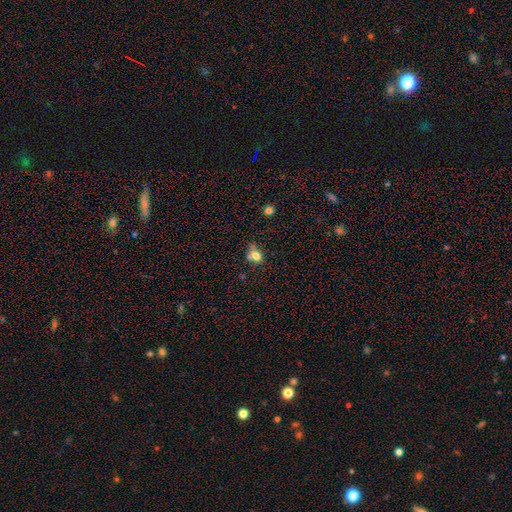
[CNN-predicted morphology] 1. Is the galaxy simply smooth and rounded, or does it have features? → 73% smooth, 14% star or artifact, 13% featured or disk.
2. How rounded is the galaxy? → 51% round, 47% in between, 2% cigar-shaped.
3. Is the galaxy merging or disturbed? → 46% none, 24% minor disturbance, 21% merger, 10% major disturbance.